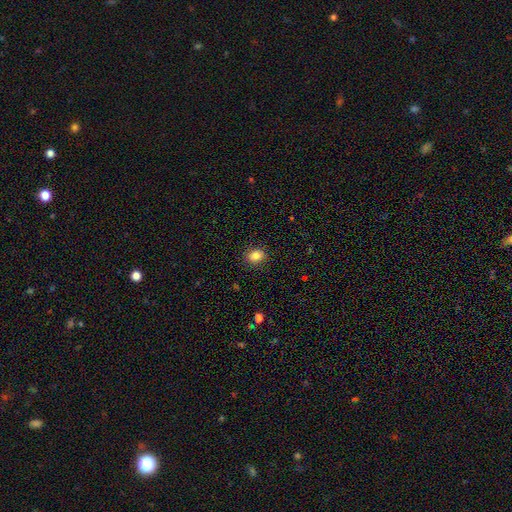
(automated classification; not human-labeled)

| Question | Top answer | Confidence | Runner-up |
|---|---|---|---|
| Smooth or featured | smooth | 84% | star or artifact (10%) |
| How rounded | round | 53% | in between (45%) |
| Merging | none | 88% | minor disturbance (8%) |